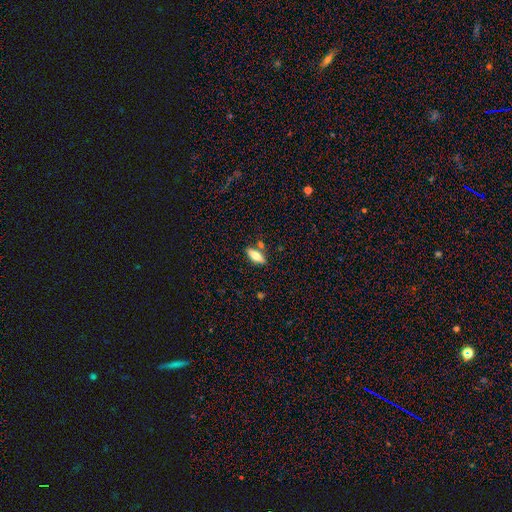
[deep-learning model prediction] A smooth galaxy with no disk features (67%) that is in between round and cigar-shaped (68%). Merging: none (78%).